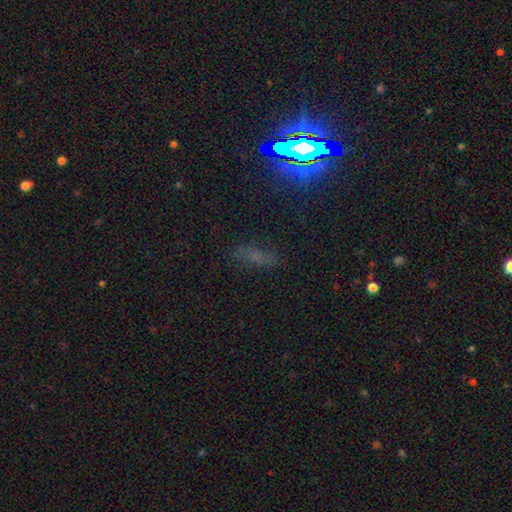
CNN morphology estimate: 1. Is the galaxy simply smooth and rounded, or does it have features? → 46% star or artifact, 34% smooth, 20% featured or disk.